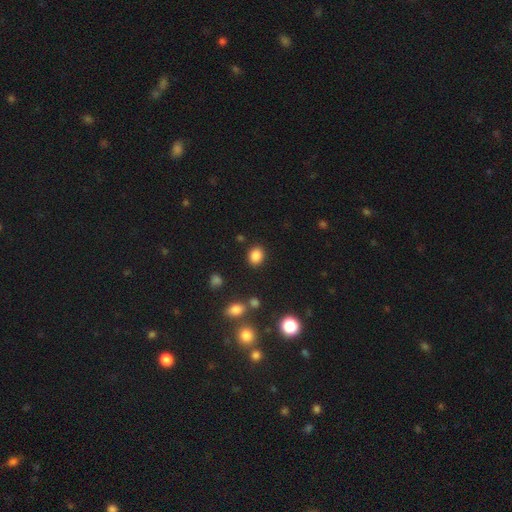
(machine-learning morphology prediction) A smooth galaxy with no disk features (85%) that is round (51%).

Vote fractions:
- Smooth or featured? smooth: 85% / star or artifact: 11% / featured or disk: 4%
- How rounded? round: 51% / in between: 48% / cigar-shaped: 1%
- Merging? none: 86% / minor disturbance: 8% / major disturbance: 3% / merger: 3%